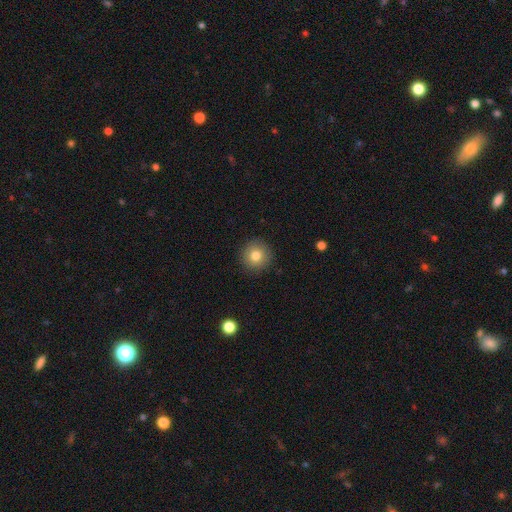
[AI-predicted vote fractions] Smooth or featured? Predicted: smooth (p=0.80). How rounded? Predicted: round (p=0.95). Merging? Predicted: none (p=0.91).